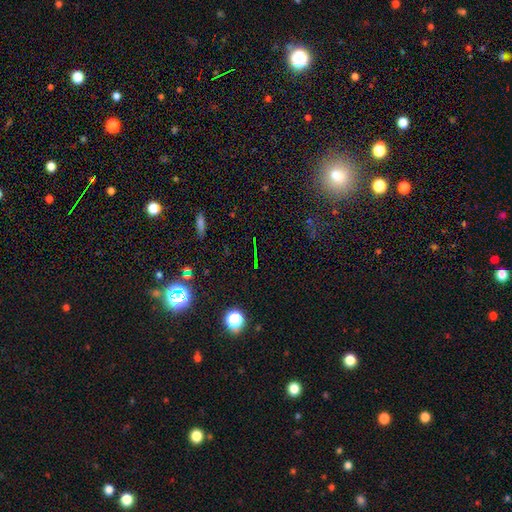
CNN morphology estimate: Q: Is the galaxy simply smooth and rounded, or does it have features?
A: star or artifact — 65%.